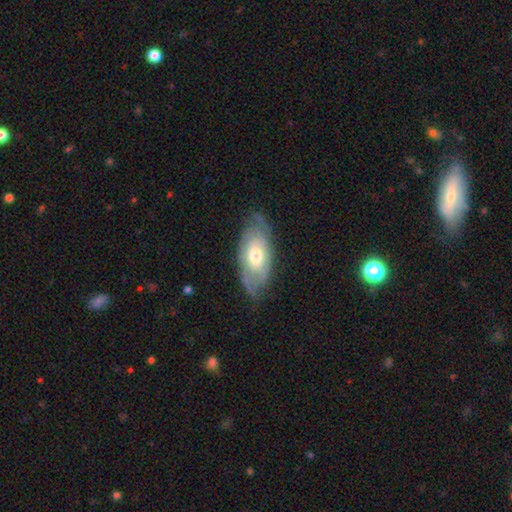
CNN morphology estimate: Smooth or featured: featured or disk — 55% (smooth — 39%)
Edge-on disk: no — 86% (yes — 14%)
Merging: none — 66% (minor disturbance — 25%)